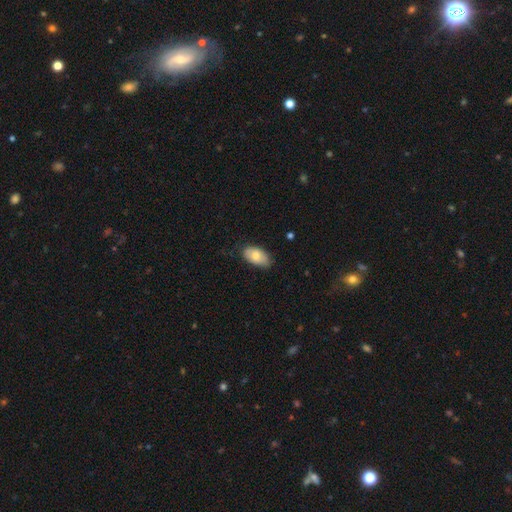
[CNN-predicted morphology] Smooth or featured: smooth — 71% (featured or disk — 23%)
How rounded: in between — 93% (round — 5%)
Merging: none — 73% (minor disturbance — 22%)